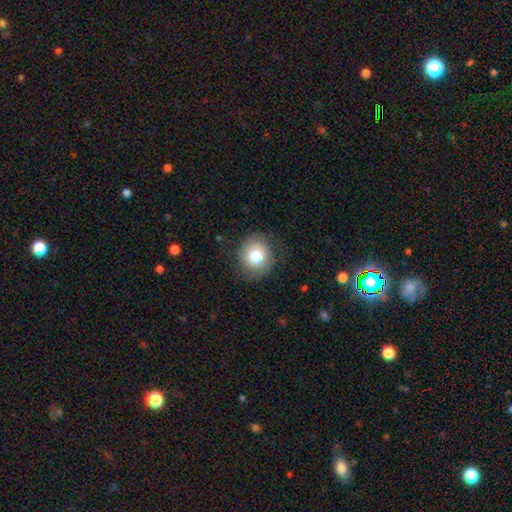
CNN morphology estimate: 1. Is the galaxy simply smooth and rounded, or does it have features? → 77% smooth, 13% featured or disk, 9% star or artifact.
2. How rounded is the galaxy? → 85% round, 15% in between, 1% cigar-shaped.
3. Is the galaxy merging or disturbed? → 81% none, 13% minor disturbance, 5% major disturbance, 1% merger.